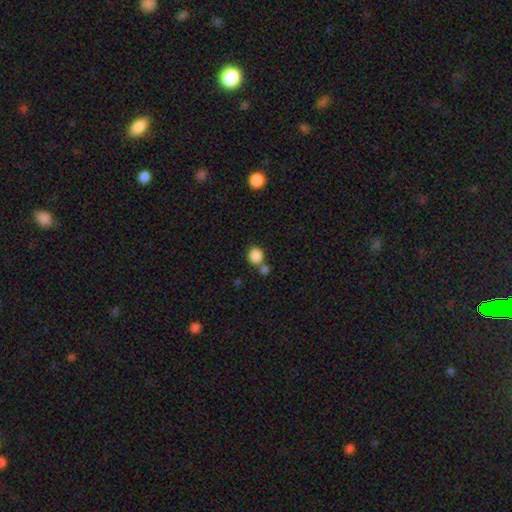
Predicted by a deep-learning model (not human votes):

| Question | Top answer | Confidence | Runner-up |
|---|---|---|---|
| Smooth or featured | smooth | 87% | star or artifact (9%) |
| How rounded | round | 79% | in between (20%) |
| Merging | none | 60% | merger (27%) |